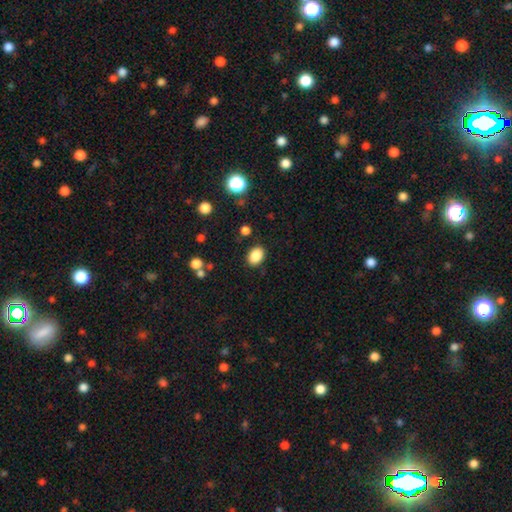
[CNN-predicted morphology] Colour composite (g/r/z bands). It shows a smooth galaxy with no disk features (87%) that is in between round and cigar-shaped (73%). Merging: none (86%).